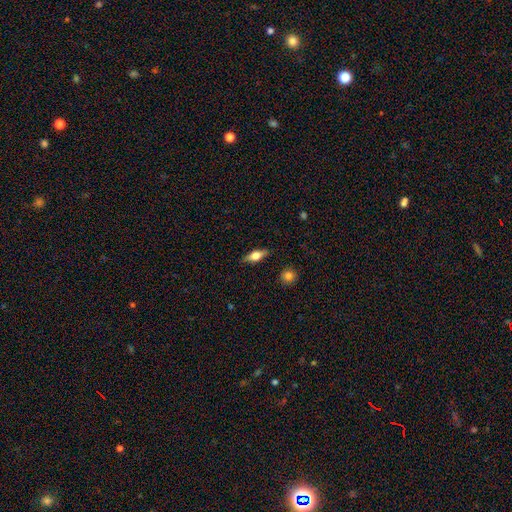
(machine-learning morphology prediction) The model was most divided on "smooth or featured": smooth: 53%, featured or disk: 39%, star or artifact: 7%. More confident: merging — none (85%); how rounded — in between (67%).